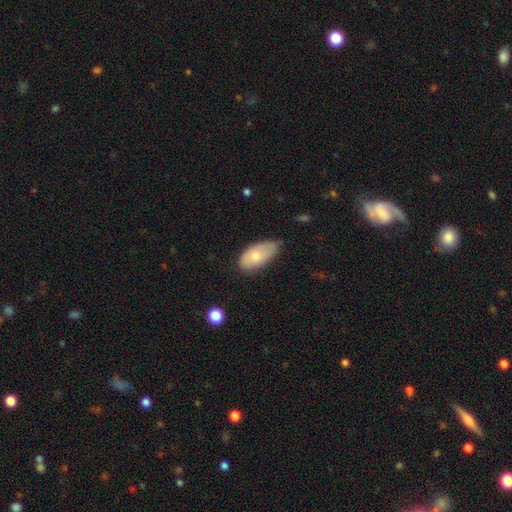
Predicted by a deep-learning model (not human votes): Smooth or featured: smooth — 71% (featured or disk — 23%)
How rounded: in between — 93% (cigar-shaped — 4%)
Merging: none — 55% (minor disturbance — 36%)